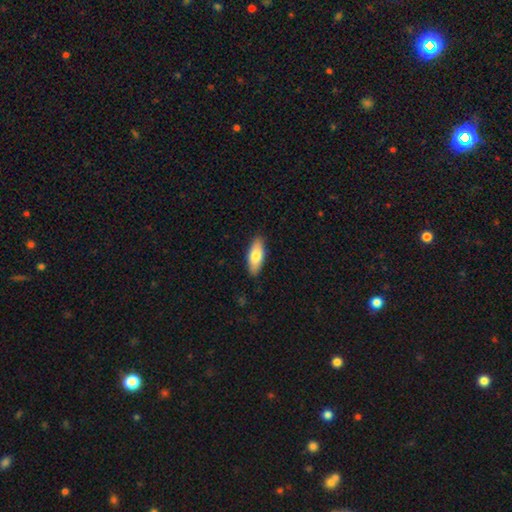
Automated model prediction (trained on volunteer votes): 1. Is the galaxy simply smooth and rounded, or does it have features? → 77% smooth, 17% featured or disk, 6% star or artifact.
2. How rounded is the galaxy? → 77% in between, 21% cigar-shaped, 2% round.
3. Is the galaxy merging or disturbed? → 88% none, 9% minor disturbance, 2% major disturbance, 1% merger.